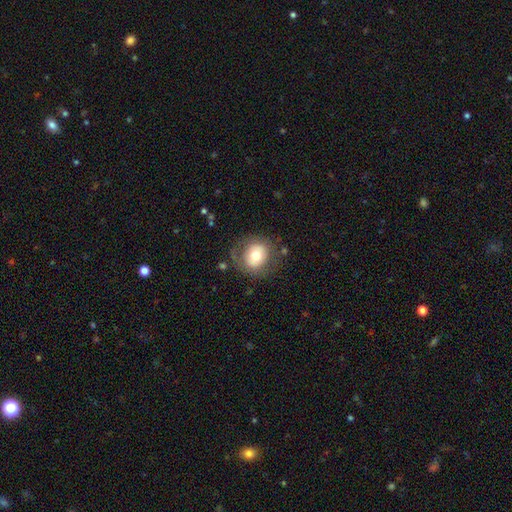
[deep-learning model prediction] This is likely a smooth galaxy (66%). How rounded: clearly round (82%). Merging: likely none (75%).